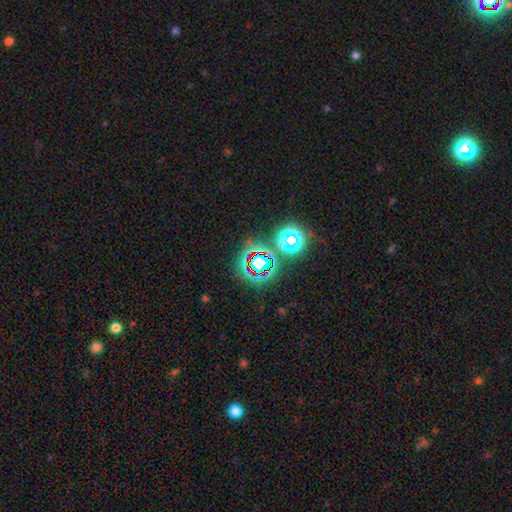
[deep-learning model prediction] This appears to be a star or artifact, not a galaxy (62%).